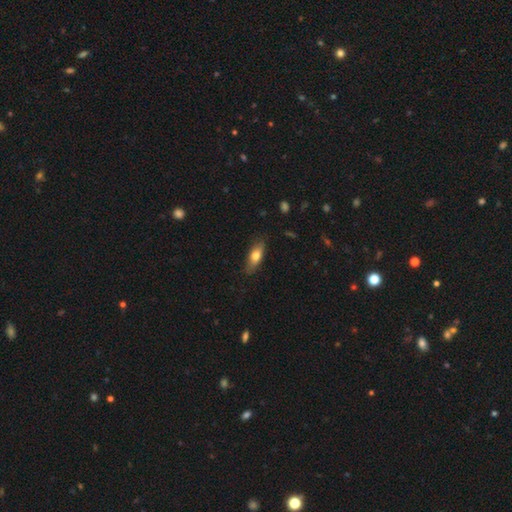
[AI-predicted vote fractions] Smooth or featured? smooth (68%)
How rounded? in between (60%)
Merging? none (82%)